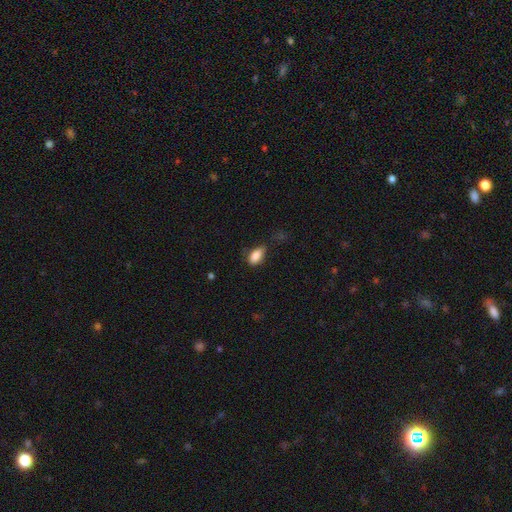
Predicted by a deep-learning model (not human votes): Smooth or featured? smooth (86%)
How rounded? in between (90%)
Merging? none (57%)